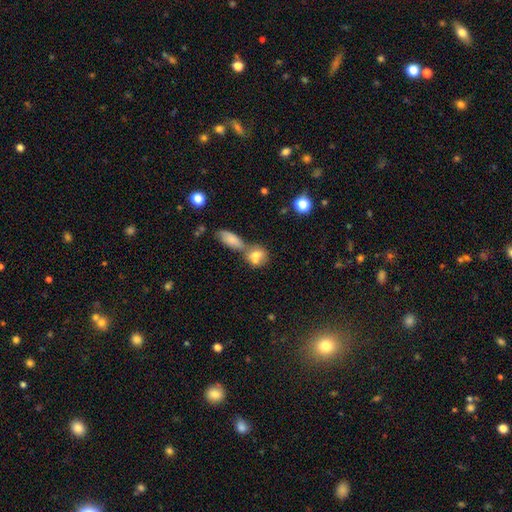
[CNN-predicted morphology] The model was most divided on "how rounded": round: 53%, in between: 42%, cigar-shaped: 5%. More confident: smooth or featured — smooth (75%); merging — merger (51%).